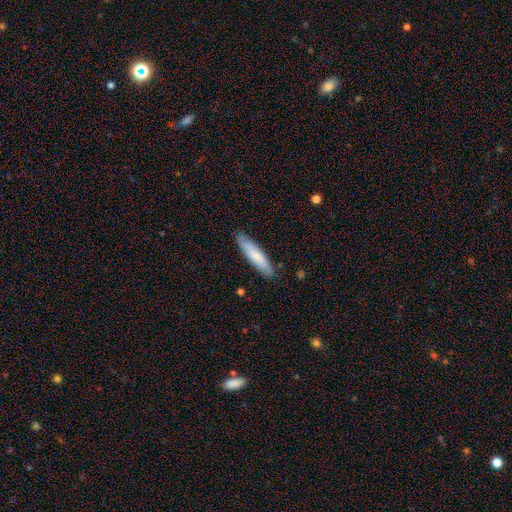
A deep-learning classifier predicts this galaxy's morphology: Smooth or featured? smooth (74%)
How rounded? cigar-shaped (78%)
Merging? none (86%)